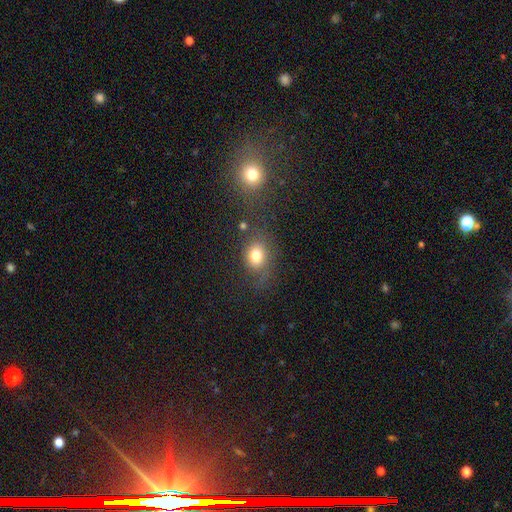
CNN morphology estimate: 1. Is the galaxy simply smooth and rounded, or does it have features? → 76% smooth, 13% star or artifact, 10% featured or disk.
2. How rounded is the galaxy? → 50% round, 49% in between, 1% cigar-shaped.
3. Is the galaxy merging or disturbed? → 64% none, 19% minor disturbance, 10% major disturbance, 7% merger.